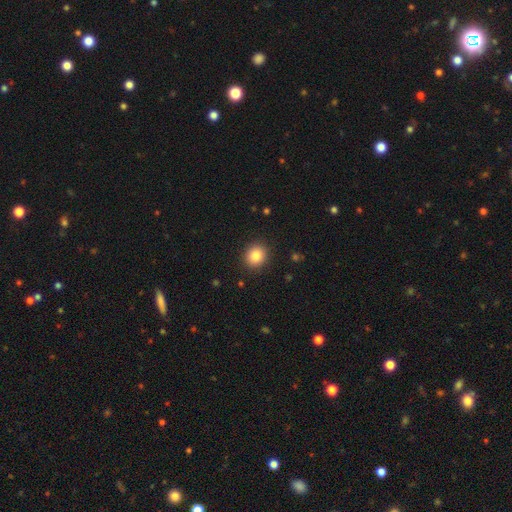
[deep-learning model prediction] Smooth or featured? smooth (85%)
How rounded? round (82%)
Merging? none (90%)